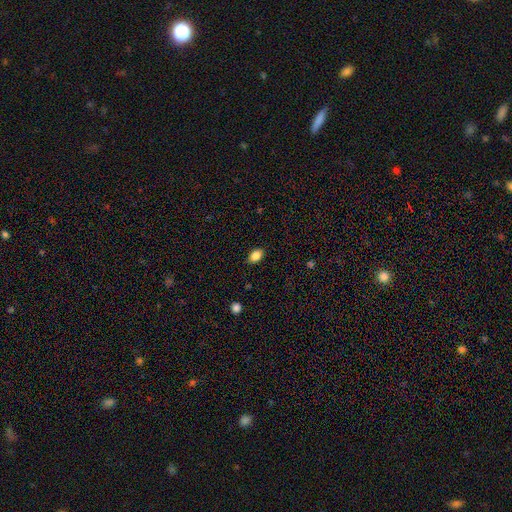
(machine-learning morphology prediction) smooth 85%, star or artifact 9%, featured or disk 6%. Down the decision tree: how rounded — in between (85%); merging — none (87%).